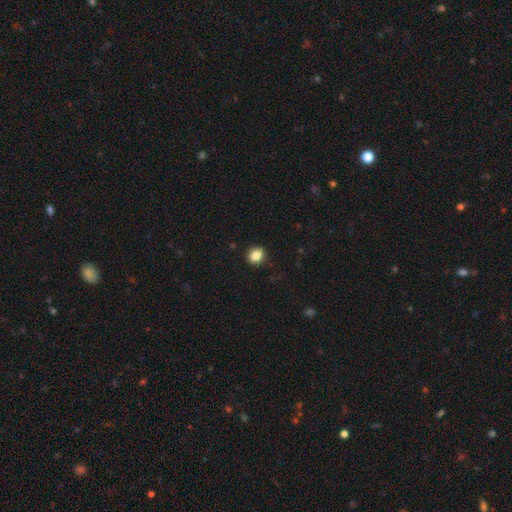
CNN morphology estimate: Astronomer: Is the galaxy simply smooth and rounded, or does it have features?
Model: smooth — 84%.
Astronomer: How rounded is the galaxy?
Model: round — 68%.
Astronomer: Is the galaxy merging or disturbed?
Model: none — 90%.